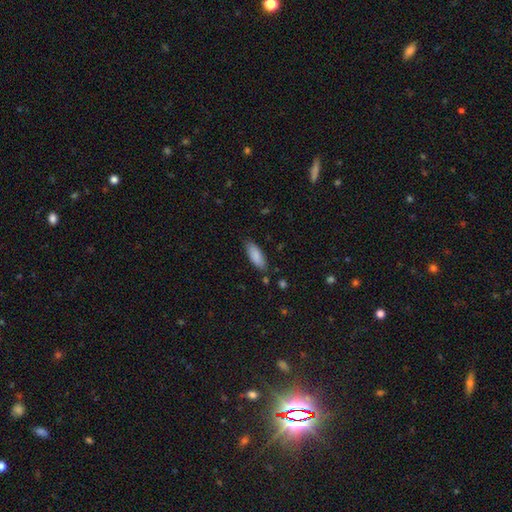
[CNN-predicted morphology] Smooth or featured? Predicted: smooth (p=0.88). How rounded? Predicted: in between (p=0.70). Merging? Predicted: none (p=0.82).